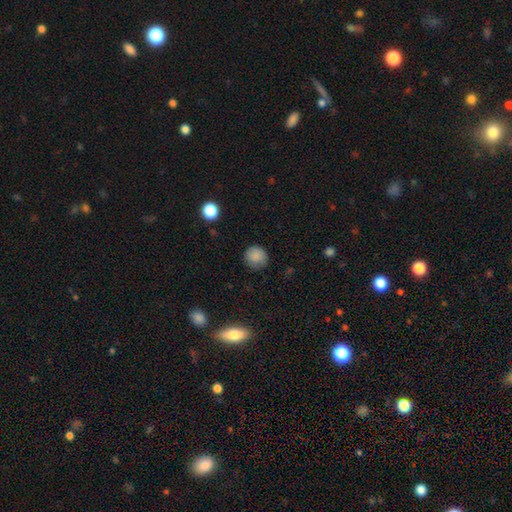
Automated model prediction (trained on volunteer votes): smooth-or-featured: smooth: 85% | star or artifact: 10% | featured or disk: 5%
  how-rounded: round: 90% | in between: 9% | cigar-shaped: 1%
  merging: none: 81% | minor disturbance: 14% | major disturbance: 3% | merger: 1%